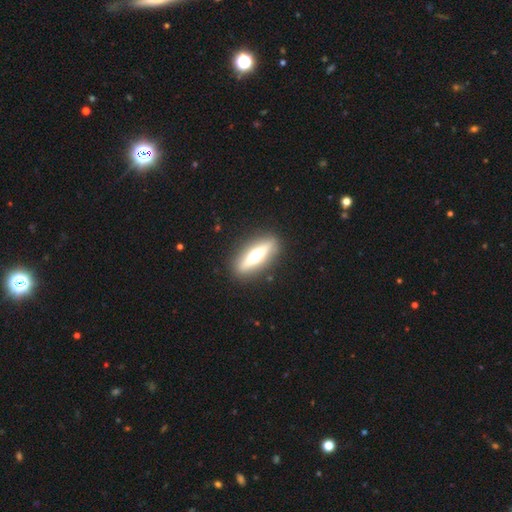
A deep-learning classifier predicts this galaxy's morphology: A featured or disk galaxy (61%) viewed edge-on (89%) with a rounded central bulge (94%).

Vote fractions:
- Smooth or featured? featured or disk: 61% / smooth: 32% / star or artifact: 7%
- Edge-on disk? yes: 89% / no: 11%
- Edge-on bulge? rounded: 94% / boxy: 4% / none: 2%
- Merging? none: 89% / minor disturbance: 7% / major disturbance: 2% / merger: 1%